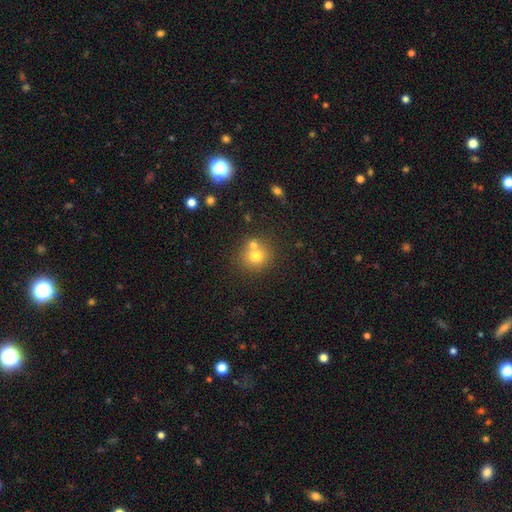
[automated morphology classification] Smooth or featured? Predicted: smooth (p=0.73). How rounded? Predicted: round (p=0.86). Merging? Predicted: none (p=0.54).